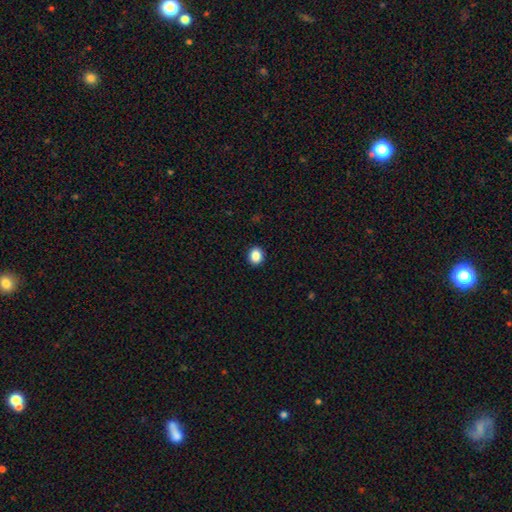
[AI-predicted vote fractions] Smooth or featured? smooth (87%)
How rounded? round (69%)
Merging? none (92%)